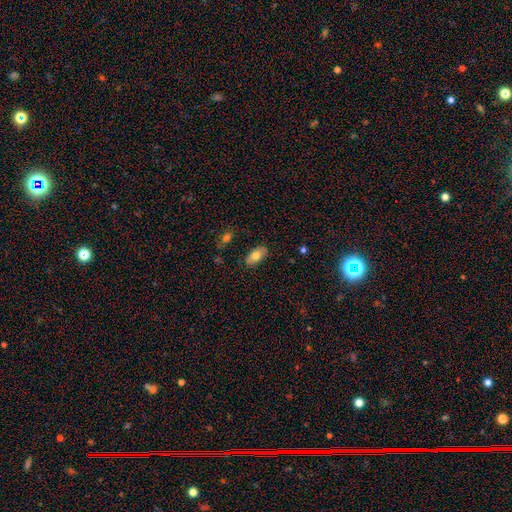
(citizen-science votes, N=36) This appears to be a smooth galaxy with no disk features (64%) that is in between round and cigar-shaped (91%). Merging: none (88%).